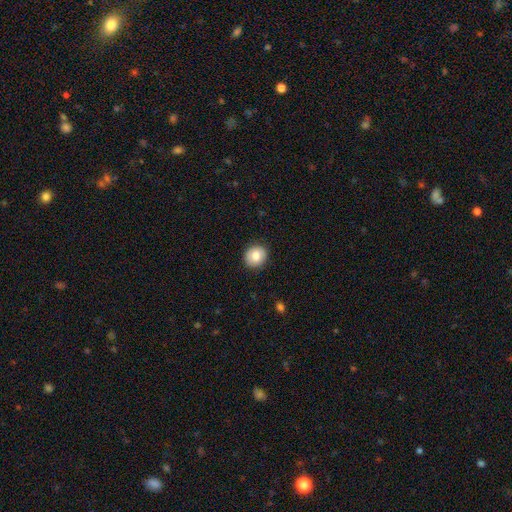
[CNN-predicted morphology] Smooth or featured? Predicted: smooth (p=0.80). How rounded? Predicted: round (p=0.78). Merging? Predicted: none (p=0.89).